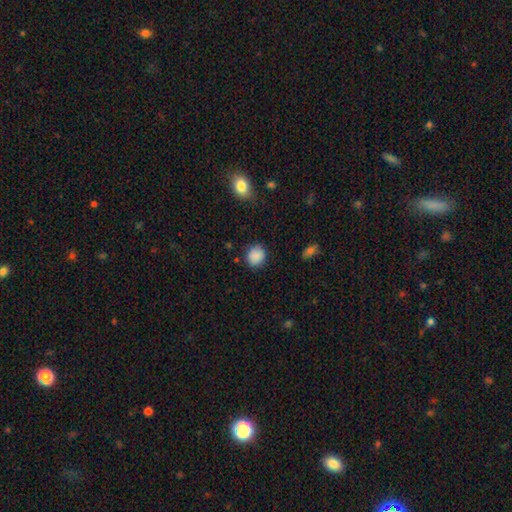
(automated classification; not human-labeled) A smooth galaxy with no disk features (87%) that is round (80%). Merging: none (81%).